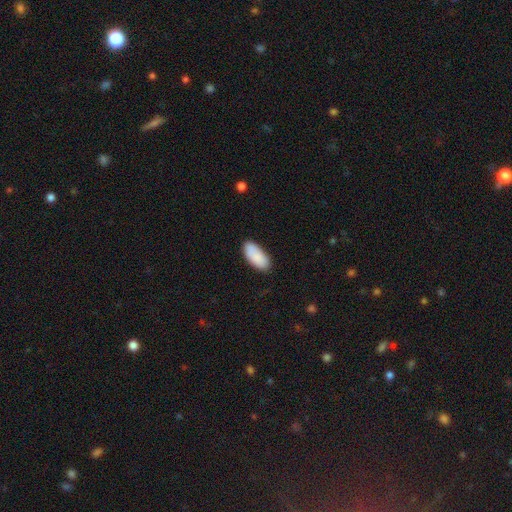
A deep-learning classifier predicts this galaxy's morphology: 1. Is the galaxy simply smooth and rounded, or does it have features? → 89% smooth, 6% star or artifact, 5% featured or disk.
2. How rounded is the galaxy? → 90% in between, 8% cigar-shaped, 2% round.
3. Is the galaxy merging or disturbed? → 83% none, 13% minor disturbance, 2% major disturbance, 1% merger.